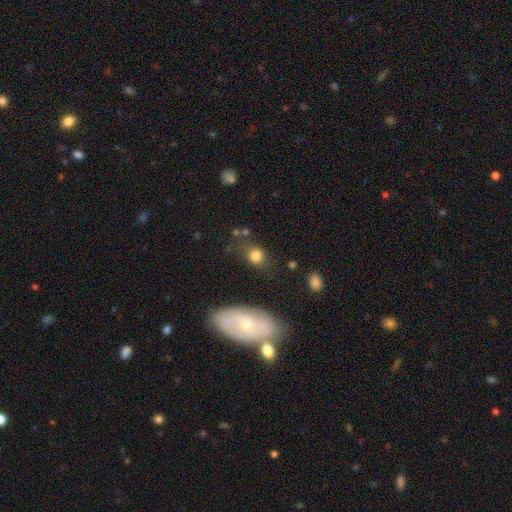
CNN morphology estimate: A smooth galaxy with no disk features (79%) that is round (67%). Merging: none (66%).